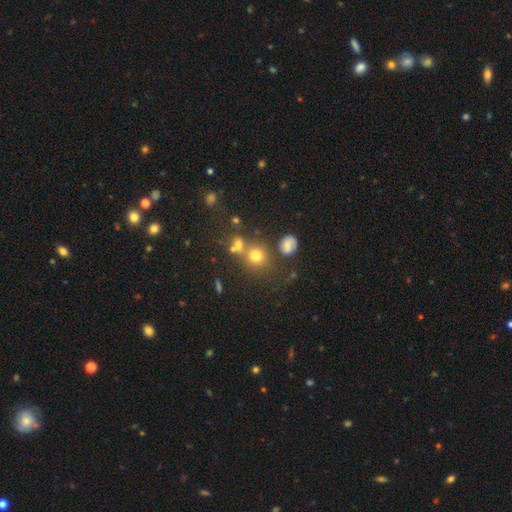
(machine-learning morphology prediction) Smooth or featured: smooth — 70% (star or artifact — 18%)
How rounded: round — 84% (in between — 15%)
Merging: none — 61% (merger — 24%)